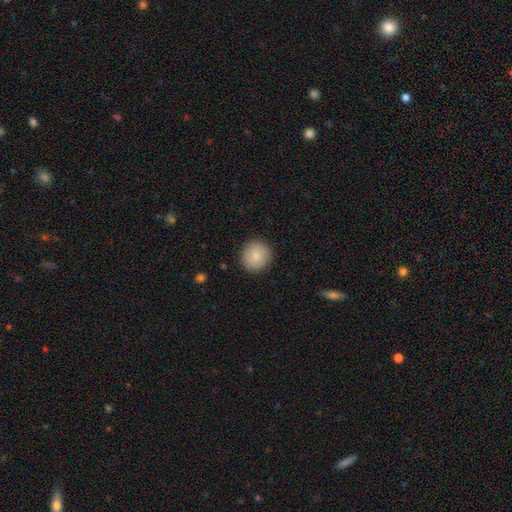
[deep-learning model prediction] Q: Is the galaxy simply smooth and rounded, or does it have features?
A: smooth — 87%.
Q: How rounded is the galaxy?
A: round — 93%.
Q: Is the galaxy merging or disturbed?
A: none — 91%.